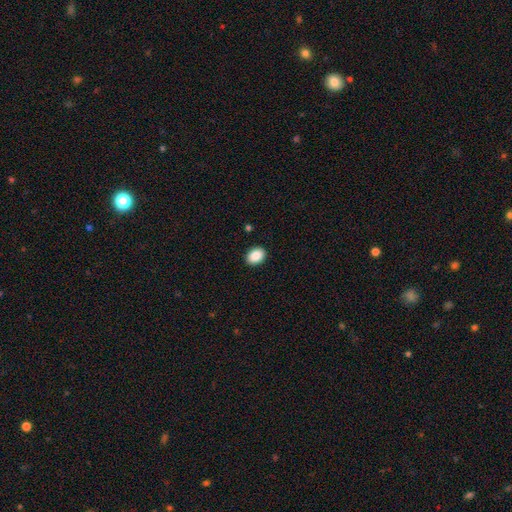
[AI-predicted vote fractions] Smooth or featured? Predicted: smooth (p=0.89). How rounded? Predicted: in between (p=0.67). Merging? Predicted: none (p=0.91).